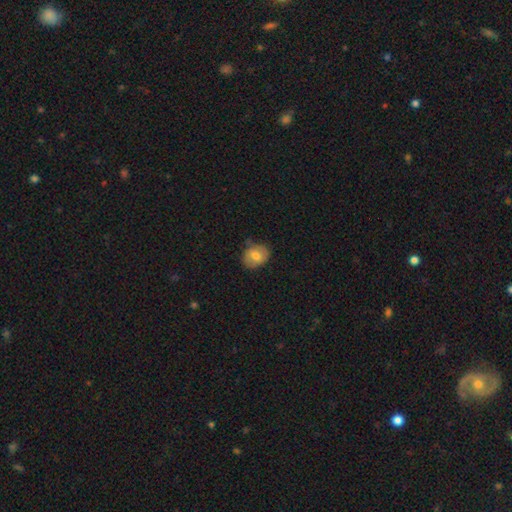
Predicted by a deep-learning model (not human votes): smooth 71%, featured or disk 21%, star or artifact 8%. Down the decision tree: how rounded — round (54%); merging — none (70%).